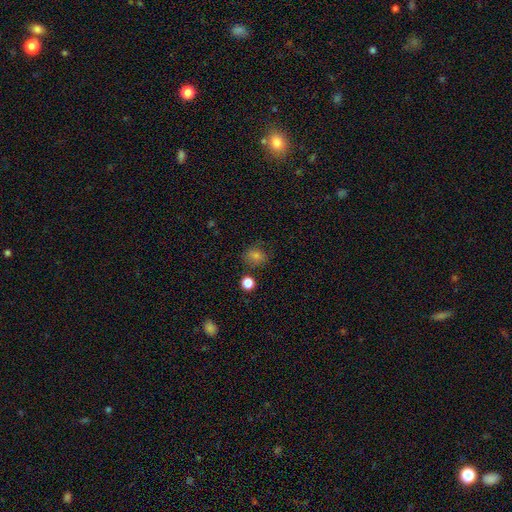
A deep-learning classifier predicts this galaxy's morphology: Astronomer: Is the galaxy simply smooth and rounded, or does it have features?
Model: smooth — 70%.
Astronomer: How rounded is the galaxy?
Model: round — 71%.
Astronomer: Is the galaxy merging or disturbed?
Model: none — 77%.